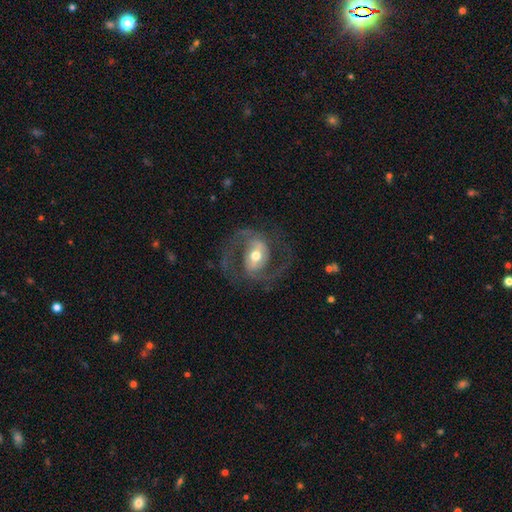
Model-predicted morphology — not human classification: A featured or disk galaxy (86%) with a weak bar (41%), 2 (91%) medium (58%) spiral arms (92%) and a moderate central bulge (71%).

Vote fractions:
- Smooth or featured? featured or disk: 86% / smooth: 9% / star or artifact: 5%
- Edge-on disk? no: 97% / yes: 3%
- Bar? weak: 41% / strong: 38% / no: 21%
- Spiral arms? yes: 92% / no: 8%
- Spiral winding? medium: 58% / loose: 24% / tight: 18%
- Spiral arm count? 2: 91% / can't tell: 4% / 1: 2% / 3: 2% / 4: 1% / more than 4: 1%
- Bulge size? moderate: 71% / small: 15% / large: 11% / dominant: 1% / none: 1%
- Merging? none: 73% / minor disturbance: 13% / major disturbance: 13% / merger: 1%